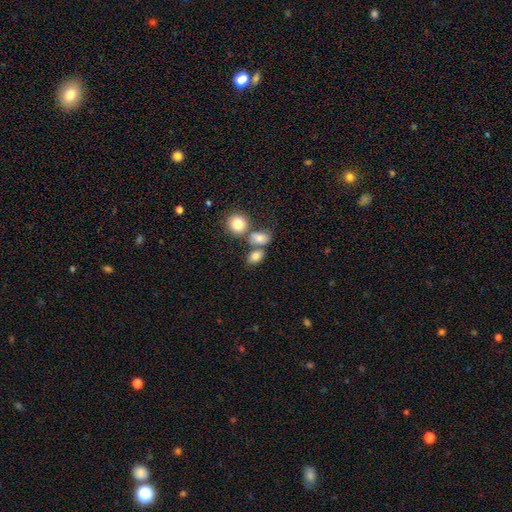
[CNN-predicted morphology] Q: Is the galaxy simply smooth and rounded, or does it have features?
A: smooth — 80%.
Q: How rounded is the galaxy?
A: in between — 69%.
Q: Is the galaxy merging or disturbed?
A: none — 51%.